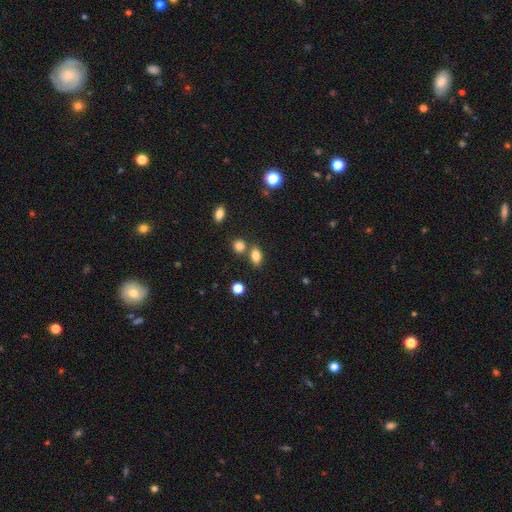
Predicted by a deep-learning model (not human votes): Q: Smooth or featured?
A: smooth (82%); runner-up: star or artifact (11%)
Q: How rounded?
A: in between (80%); runner-up: round (17%)
Q: Merging?
A: none (67%); runner-up: merger (18%)